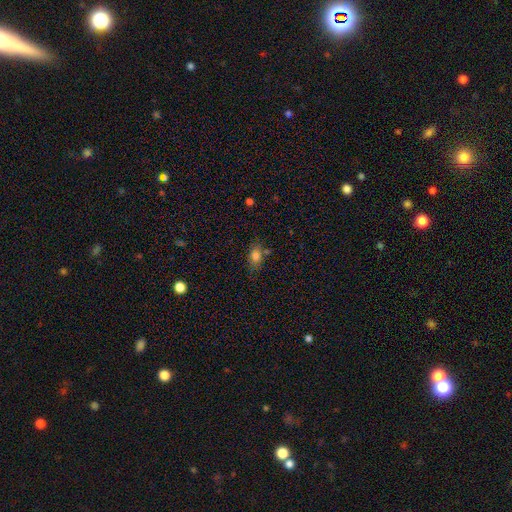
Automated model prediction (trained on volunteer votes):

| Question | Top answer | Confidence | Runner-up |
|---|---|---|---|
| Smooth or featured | smooth | 77% | featured or disk (12%) |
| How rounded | in between | 81% | round (14%) |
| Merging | none | 67% | minor disturbance (19%) |